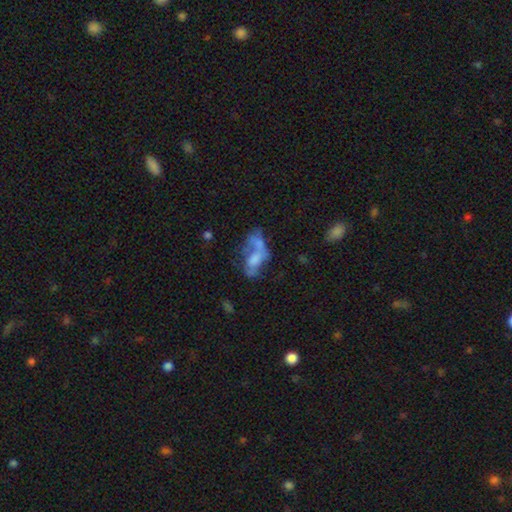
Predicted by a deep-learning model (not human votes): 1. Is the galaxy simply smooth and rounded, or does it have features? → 49% featured or disk, 37% smooth, 14% star or artifact.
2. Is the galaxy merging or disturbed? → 45% merger, 23% major disturbance, 20% none, 12% minor disturbance.